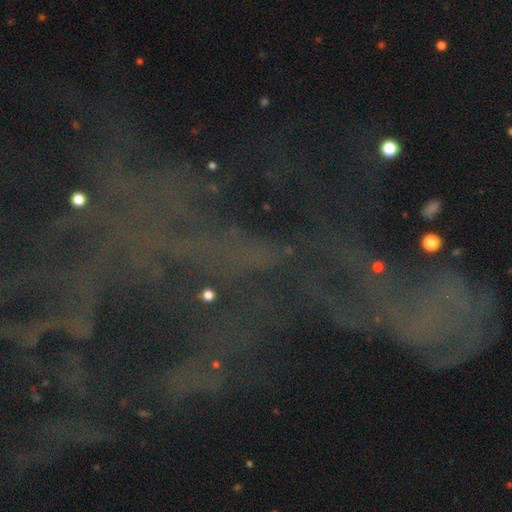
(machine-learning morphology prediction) Smooth or featured: star or artifact — 72% (featured or disk — 17%)